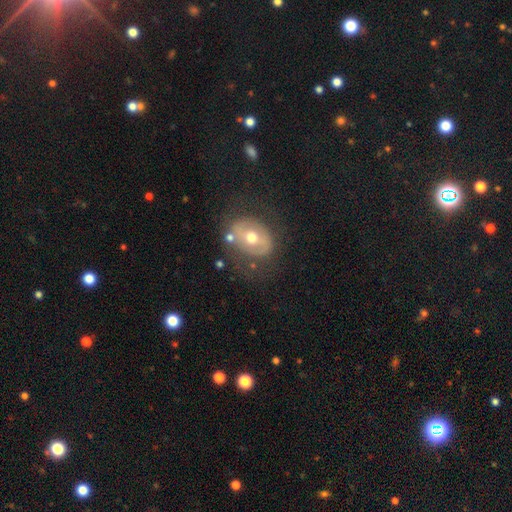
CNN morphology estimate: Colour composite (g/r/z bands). It shows a smooth galaxy with no disk features (39%). Merging: none (58%).